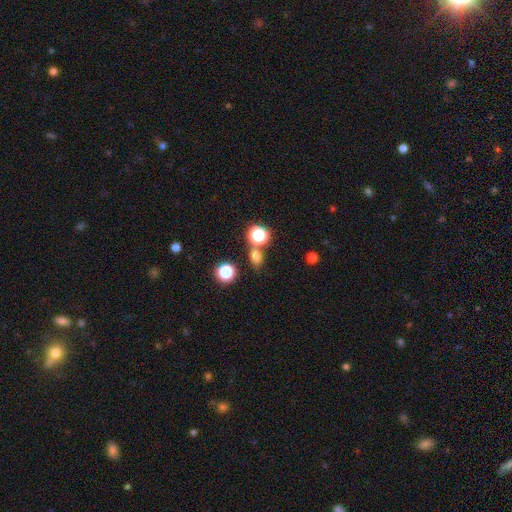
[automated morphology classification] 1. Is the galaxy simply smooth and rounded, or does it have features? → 67% smooth, 26% star or artifact, 7% featured or disk.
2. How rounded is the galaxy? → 49% in between (tied), 49% round (tied), 2% cigar-shaped.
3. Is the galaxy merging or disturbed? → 68% none, 18% merger, 10% minor disturbance, 4% major disturbance.